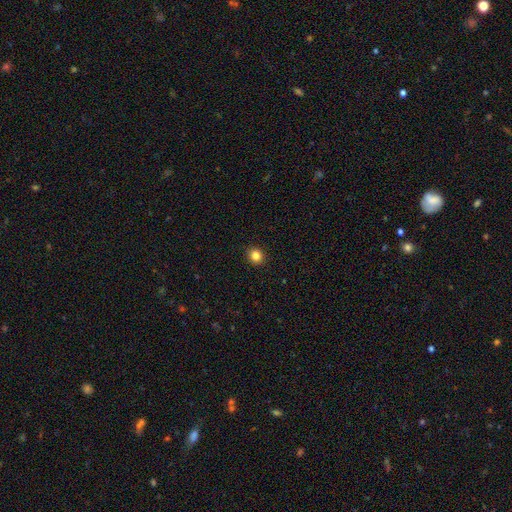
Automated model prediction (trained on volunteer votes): smooth 84%, star or artifact 12%, featured or disk 4%. Down the decision tree: how rounded — round (89%); merging — none (92%).